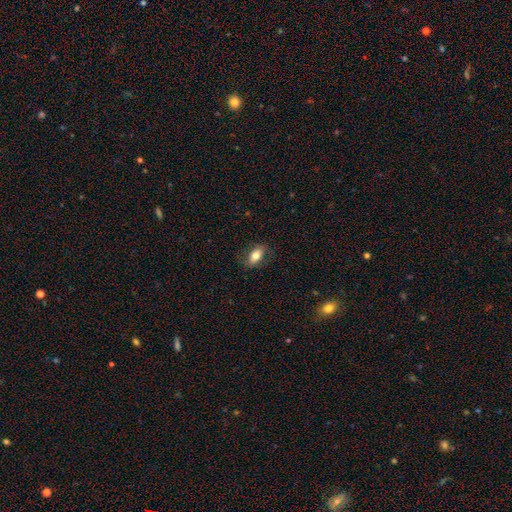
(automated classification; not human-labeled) Smooth or featured? Predicted: smooth (p=0.75). How rounded? Predicted: in between (p=0.87). Merging? Predicted: none (p=0.80).